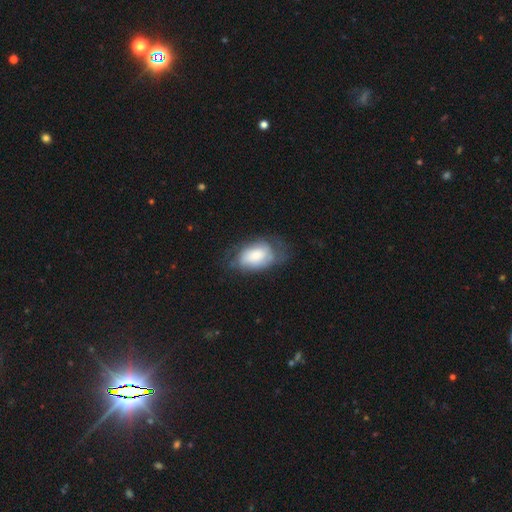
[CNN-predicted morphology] A smooth galaxy with no disk features (54%) that is in between round and cigar-shaped (89%). Merging: none (49%).